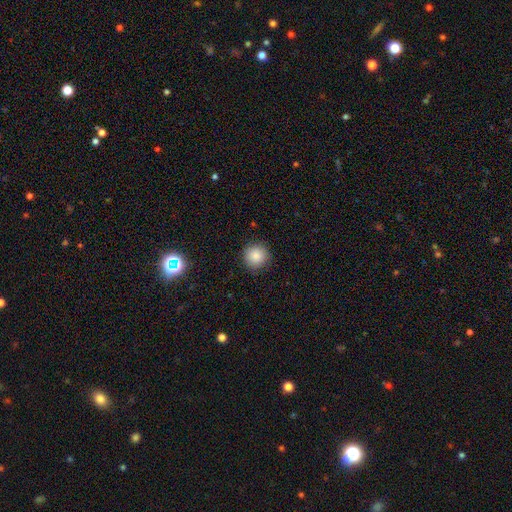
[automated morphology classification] smooth-or-featured: smooth: 86% | star or artifact: 9% | featured or disk: 5%
  how-rounded: round: 94% | in between: 5% | cigar-shaped: 1%
  merging: none: 88% | minor disturbance: 8% | major disturbance: 2% | merger: 1%